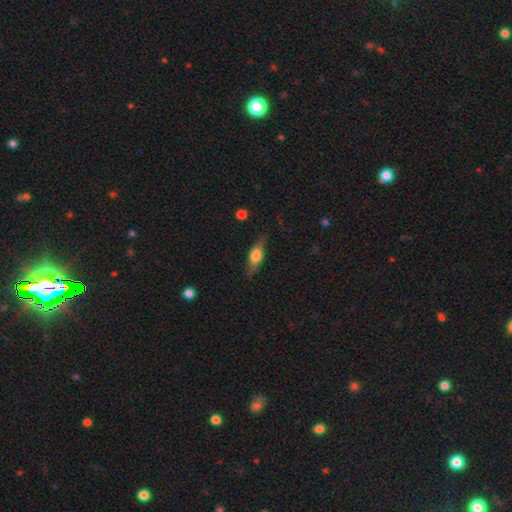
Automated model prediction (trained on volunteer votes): Q: Smooth or featured?
A: smooth (52%); runner-up: featured or disk (41%)
Q: How rounded?
A: in between (58%); runner-up: cigar-shaped (36%)
Q: Merging?
A: none (77%); runner-up: minor disturbance (17%)